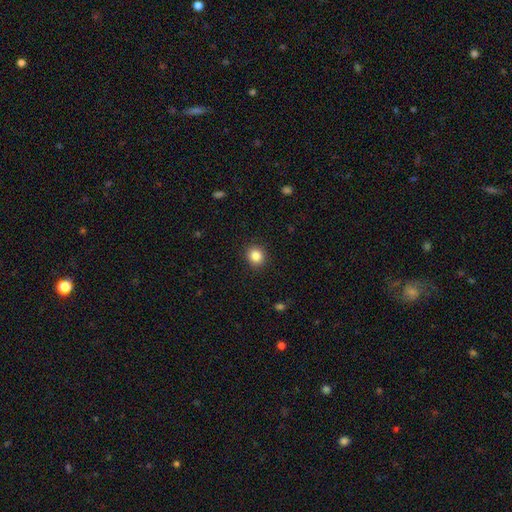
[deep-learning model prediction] smooth-or-featured: smooth: 85% | star or artifact: 10% | featured or disk: 5%
  how-rounded: round: 84% | in between: 16% | cigar-shaped: 1%
  merging: none: 91% | minor disturbance: 6% | major disturbance: 2% | merger: 1%